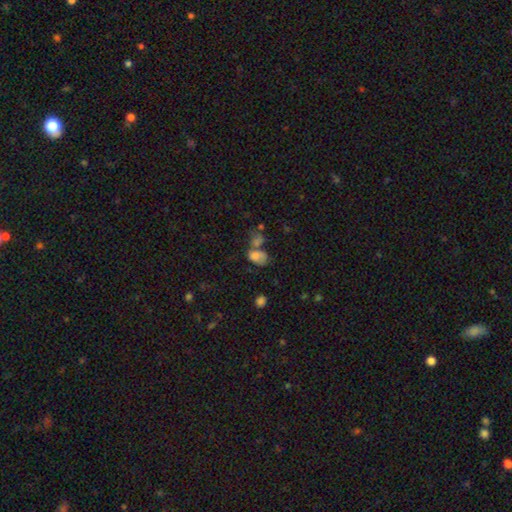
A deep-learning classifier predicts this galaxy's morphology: Smooth or featured? Predicted: smooth (p=0.71). How rounded? Predicted: in between (p=0.78). Merging? Predicted: merger (p=0.47).